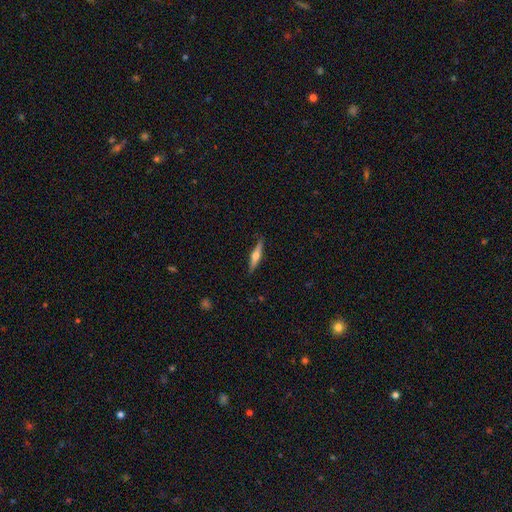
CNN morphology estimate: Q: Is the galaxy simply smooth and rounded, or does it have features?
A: featured or disk — 62%.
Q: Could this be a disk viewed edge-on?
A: yes — 97%.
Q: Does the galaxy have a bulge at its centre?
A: rounded — 93%.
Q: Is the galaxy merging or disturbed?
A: none — 88%.